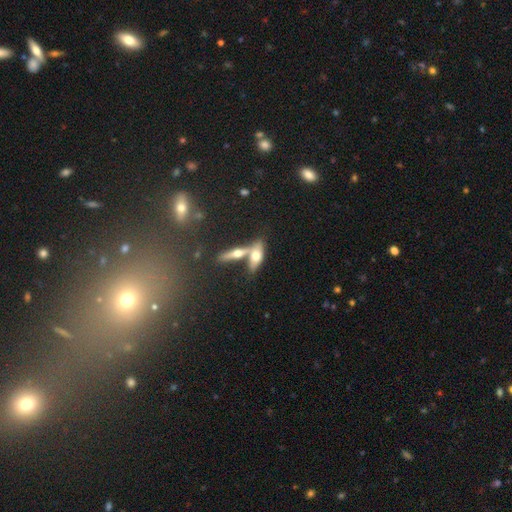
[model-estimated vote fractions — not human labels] Smooth or featured? smooth (52%)
How rounded? in between (59%)
Merging? merger (51%)